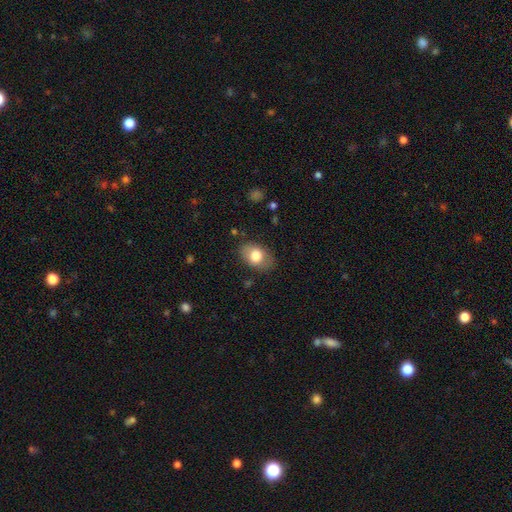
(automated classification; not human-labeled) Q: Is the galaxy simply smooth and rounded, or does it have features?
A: smooth — 77%.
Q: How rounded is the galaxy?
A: in between — 82%.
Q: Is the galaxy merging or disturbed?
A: none — 81%.